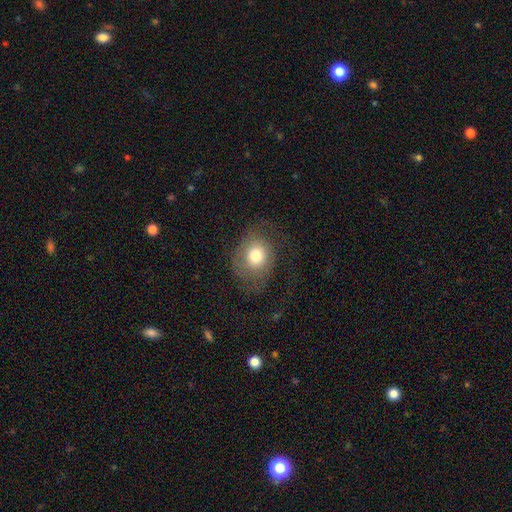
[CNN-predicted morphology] smooth-or-featured: smooth: 68% | featured or disk: 23% | star or artifact: 10%
  how-rounded: round: 59% | in between: 40% | cigar-shaped: 1%
  merging: none: 54% | major disturbance: 24% | minor disturbance: 21% | merger: 1%